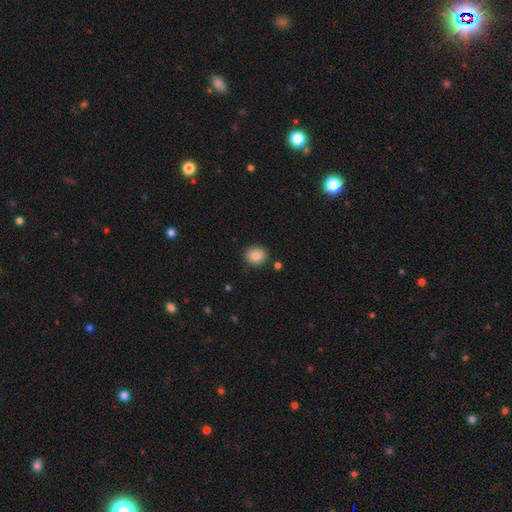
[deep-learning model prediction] A smooth galaxy with no disk features (86%) that is round (80%). Merging: none (87%).